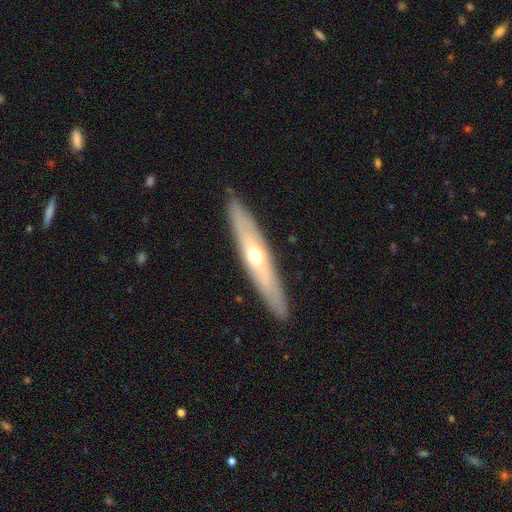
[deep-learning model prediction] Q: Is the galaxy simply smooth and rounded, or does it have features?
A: featured or disk — 59%.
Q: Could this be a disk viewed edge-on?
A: yes — 75%.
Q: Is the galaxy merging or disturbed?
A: none — 89%.